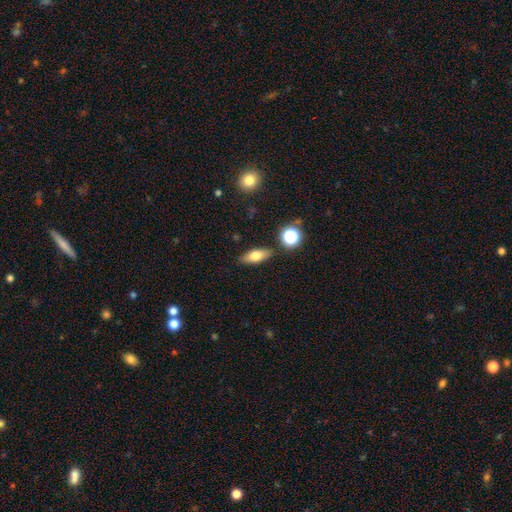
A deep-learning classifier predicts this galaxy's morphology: smooth 72%, featured or disk 19%, star or artifact 9%. Down the decision tree: how rounded — in between (73%); merging — none (84%).